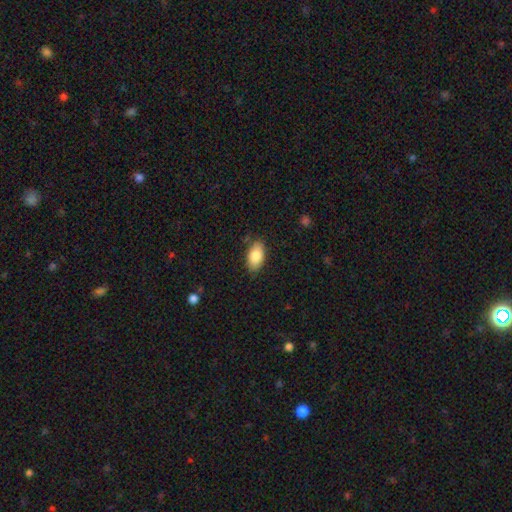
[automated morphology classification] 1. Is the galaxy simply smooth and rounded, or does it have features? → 85% smooth, 8% featured or disk, 7% star or artifact.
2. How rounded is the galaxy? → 93% in between, 4% round, 3% cigar-shaped.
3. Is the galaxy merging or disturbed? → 83% none, 13% minor disturbance, 3% major disturbance, 1% merger.